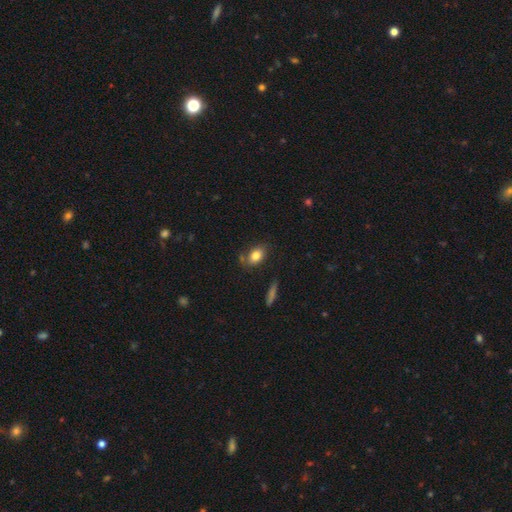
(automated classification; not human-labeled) A smooth galaxy with no disk features (81%) that is in between round and cigar-shaped (79%).

Vote fractions:
- Smooth or featured? smooth: 81% / featured or disk: 11% / star or artifact: 8%
- How rounded? in between: 79% / round: 19% / cigar-shaped: 2%
- Merging? none: 72% / minor disturbance: 17% / merger: 7% / major disturbance: 4%